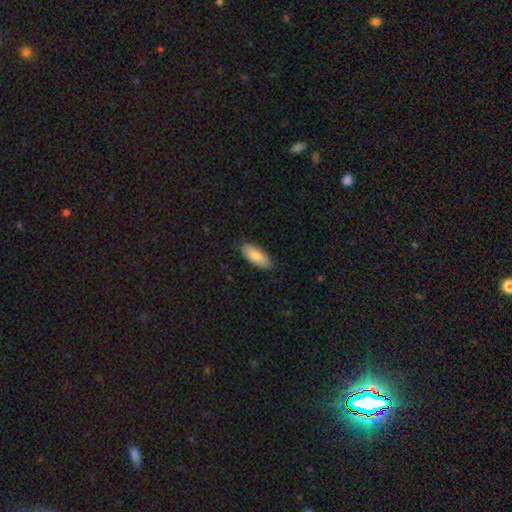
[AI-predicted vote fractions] This is clearly a smooth galaxy (83%). How rounded: clearly in between (81%). Merging: clearly none (86%).